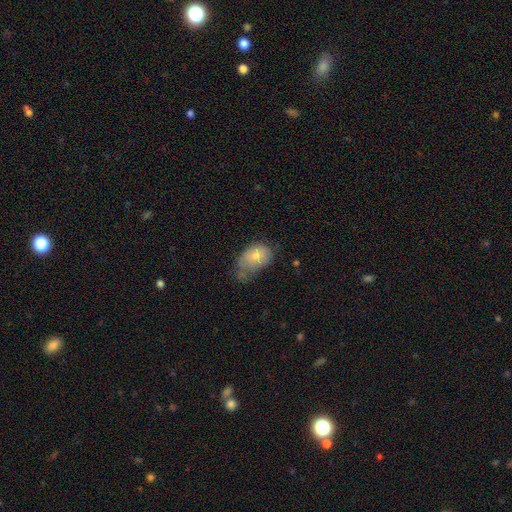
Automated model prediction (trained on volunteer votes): Smooth or featured: smooth — 70% (featured or disk — 20%)
How rounded: in between — 80% (round — 19%)
Merging: minor disturbance — 37% (major disturbance — 31%)